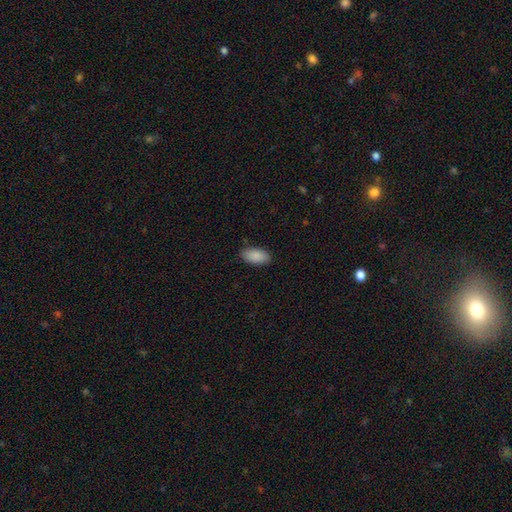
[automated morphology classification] Smooth or featured: smooth — 90% (star or artifact — 6%)
How rounded: in between — 95% (cigar-shaped — 3%)
Merging: none — 86% (minor disturbance — 10%)